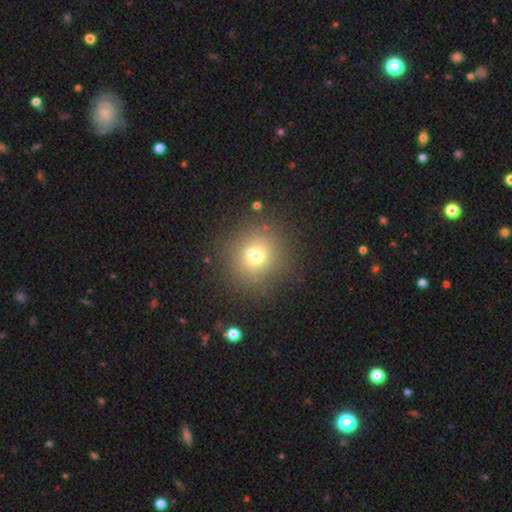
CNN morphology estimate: Smooth or featured? smooth (67%)
How rounded? round (90%)
Merging? none (75%)